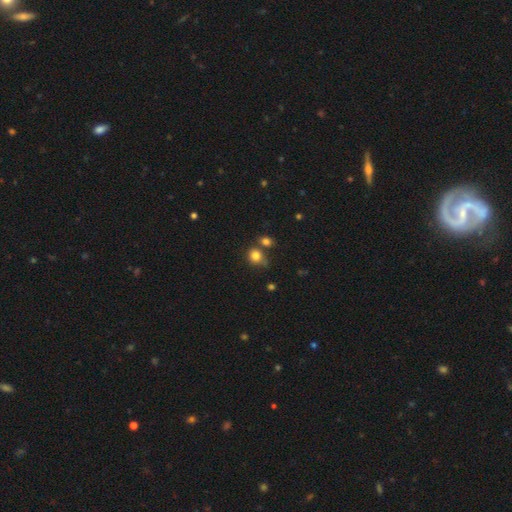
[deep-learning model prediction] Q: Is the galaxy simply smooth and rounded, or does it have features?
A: smooth — 82%.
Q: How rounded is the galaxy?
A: round — 74%.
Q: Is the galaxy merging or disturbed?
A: none — 55%.